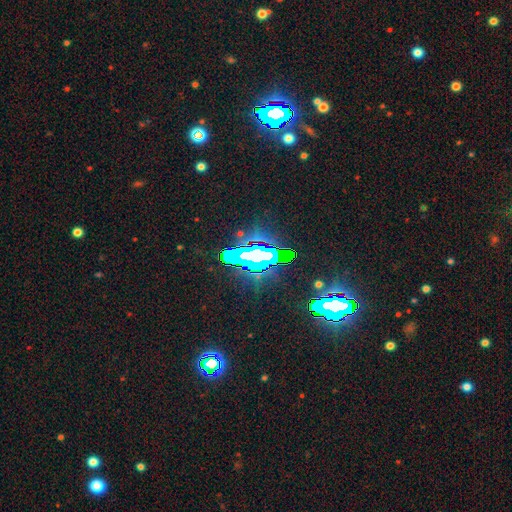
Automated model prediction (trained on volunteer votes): Morphology: type=star or artifact (67%).